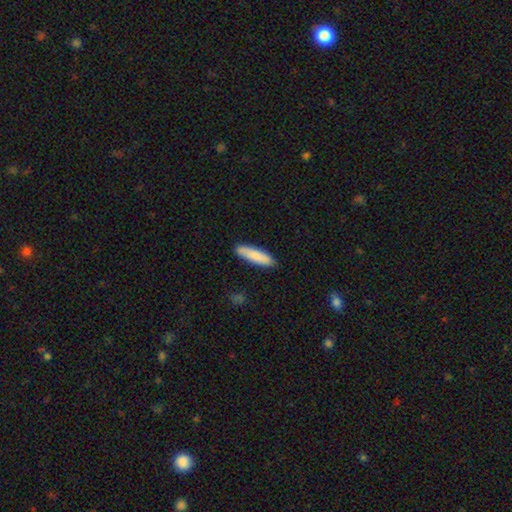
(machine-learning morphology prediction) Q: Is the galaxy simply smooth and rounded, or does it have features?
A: smooth — 85%.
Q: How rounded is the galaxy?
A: cigar-shaped — 71%.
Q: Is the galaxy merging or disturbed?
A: none — 89%.